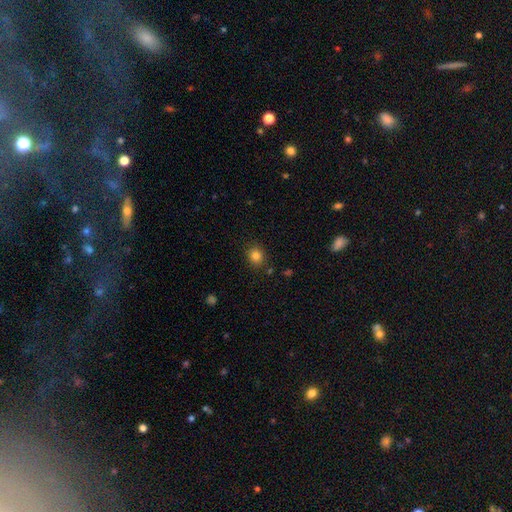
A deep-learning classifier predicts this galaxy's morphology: Overall: smooth (83%). How rounded: round (79%). Merging: none (87%).